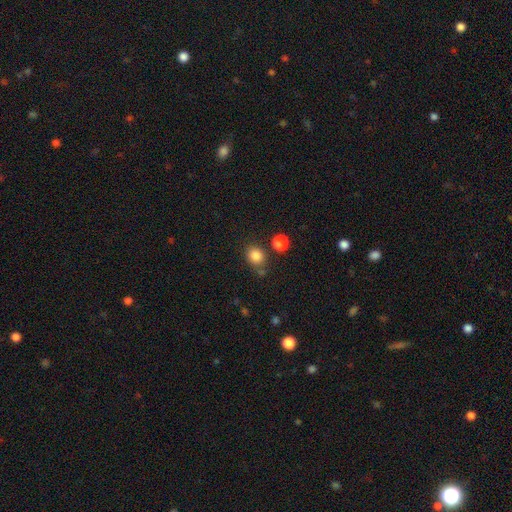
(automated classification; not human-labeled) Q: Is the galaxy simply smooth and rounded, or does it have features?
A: smooth — 84%.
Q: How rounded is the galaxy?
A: round — 71%.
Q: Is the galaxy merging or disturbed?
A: none — 75%.